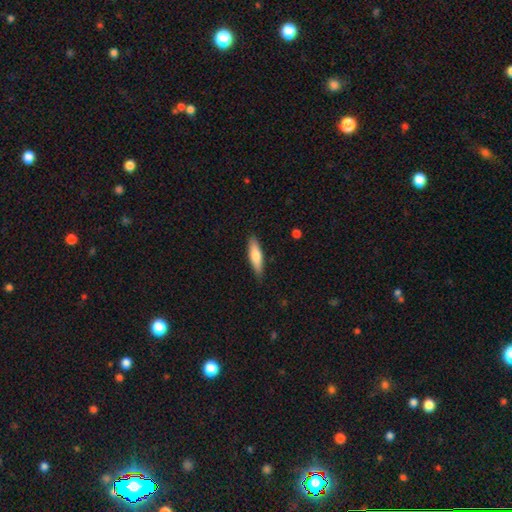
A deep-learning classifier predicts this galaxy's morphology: Smooth or featured? smooth (70%)
How rounded? cigar-shaped (67%)
Merging? none (88%)